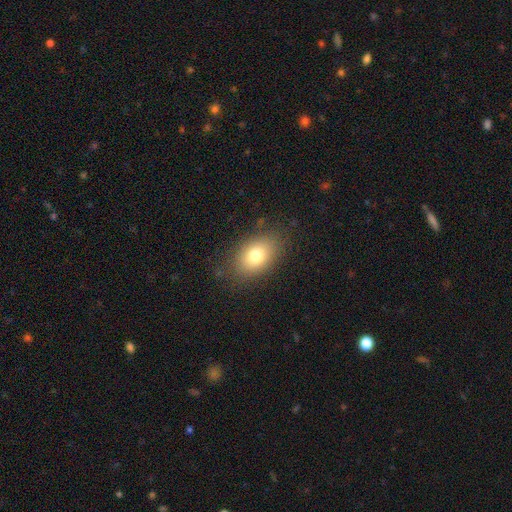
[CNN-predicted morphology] This appears to be a smooth galaxy with no disk features (77%) that is in between round and cigar-shaped (81%). Merging: none (81%).